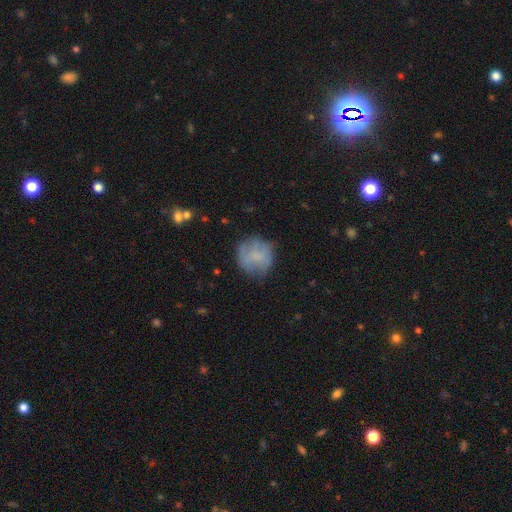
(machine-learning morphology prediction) Smooth or featured: smooth — 59% (featured or disk — 31%)
How rounded: round — 86% (in between — 13%)
Merging: none — 66% (minor disturbance — 22%)